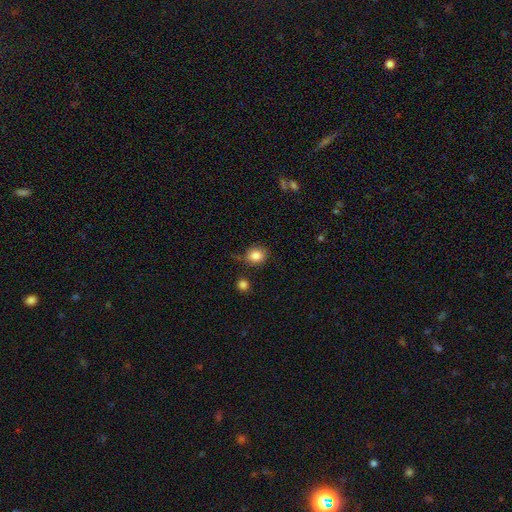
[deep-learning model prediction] Smooth or featured? smooth (85%)
How rounded? round (71%)
Merging? none (74%)